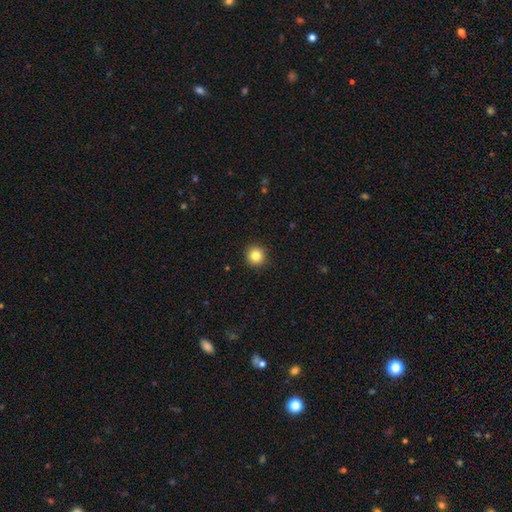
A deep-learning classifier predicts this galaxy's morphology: This appears to be a smooth galaxy with no disk features (83%) that is round (95%). Merging: none (93%).